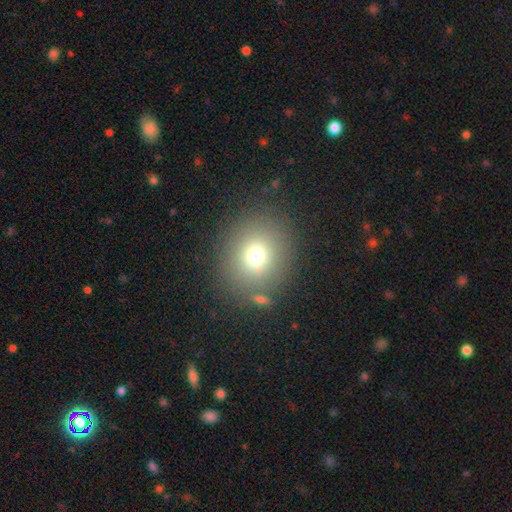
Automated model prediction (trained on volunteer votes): Smooth or featured?
  - smooth: 72% *
  - star or artifact: 15%
  - featured or disk: 13%
How rounded?
  - round: 81% *
  - in between: 18%
  - cigar-shaped: 1%
Merging?
  - none: 82% *
  - minor disturbance: 9%
  - merger: 5%
  - major disturbance: 5%